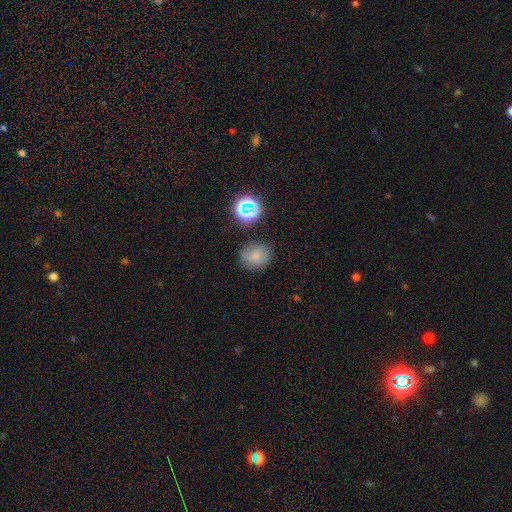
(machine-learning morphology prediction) type=smooth (74%); roundness=round (69%); merging=none (79%).